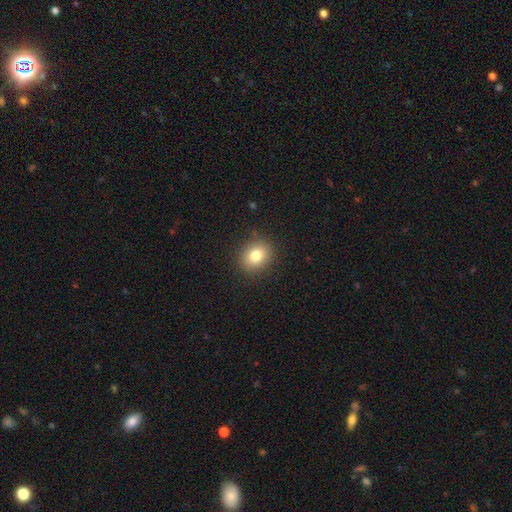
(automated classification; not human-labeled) smooth_or_featured: smooth (p=0.80) [alt: star or artifact p=0.11]
how_rounded: round (p=0.61) [alt: in between p=0.39]
merging: none (p=0.88) [alt: minor disturbance p=0.08]